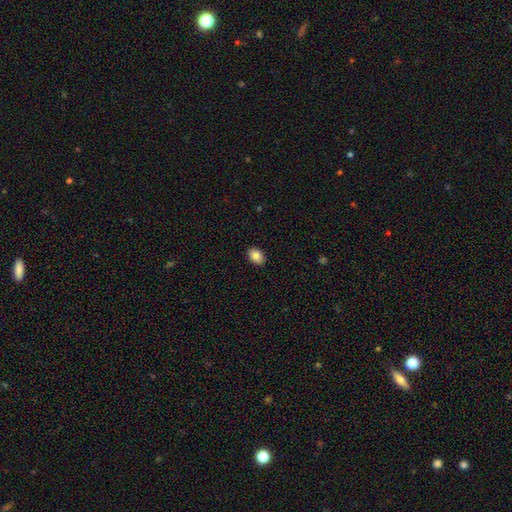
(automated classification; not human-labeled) Smooth or featured? smooth (85%)
How rounded? in between (78%)
Merging? none (90%)